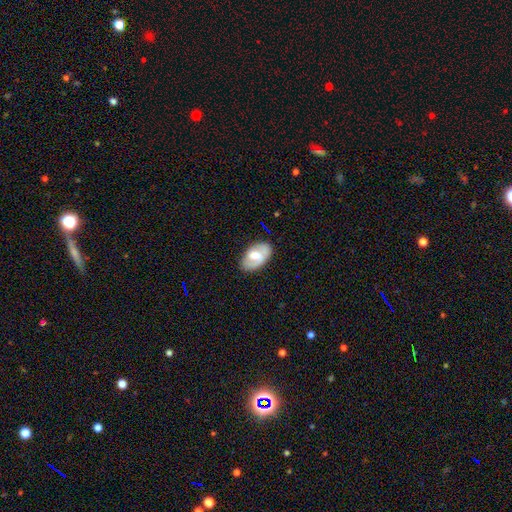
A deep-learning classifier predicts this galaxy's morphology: A featured or disk galaxy (47%). Merging: none (75%).